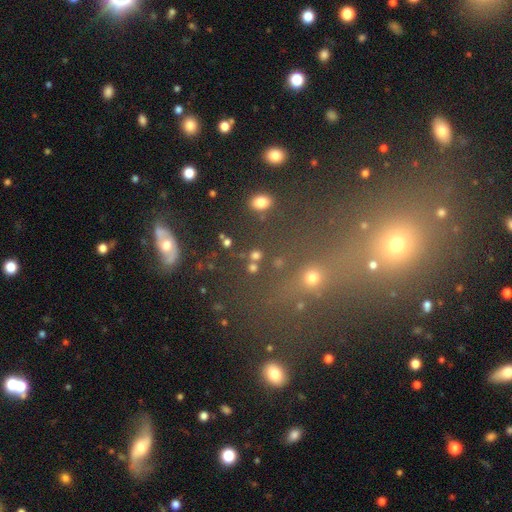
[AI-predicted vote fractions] A smooth galaxy with no disk features (58%) that is round (55%). Merging: none (73%).